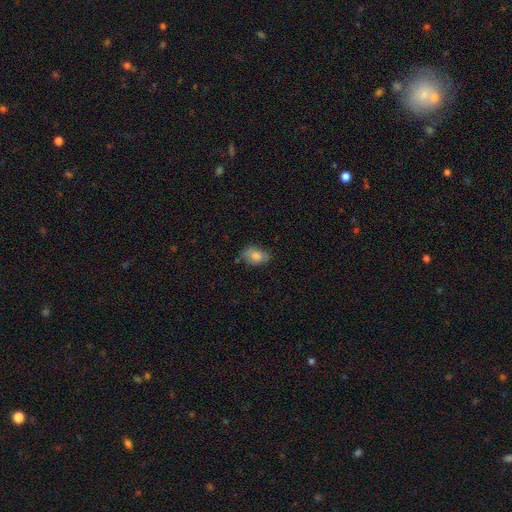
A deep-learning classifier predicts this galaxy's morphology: Smooth or featured?
  - smooth: 78% *
  - featured or disk: 14%
  - star or artifact: 8%
How rounded?
  - in between: 86% *
  - round: 12%
  - cigar-shaped: 2%
Merging?
  - none: 64% *
  - minor disturbance: 27%
  - major disturbance: 7%
  - merger: 3%